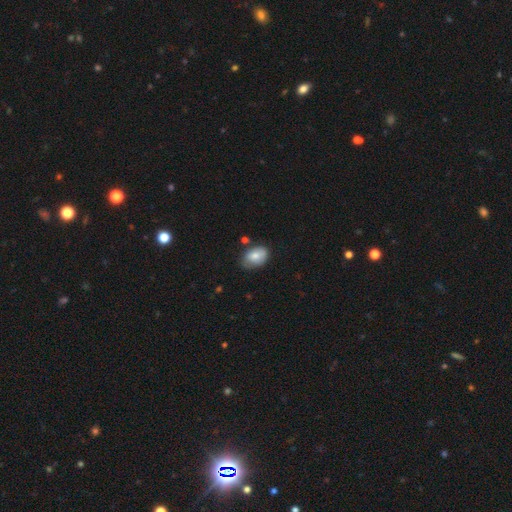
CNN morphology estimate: smooth_or_featured: smooth (p=0.76) [alt: featured or disk p=0.17]
how_rounded: in between (p=0.86) [alt: round p=0.13]
merging: none (p=0.61) [alt: minor disturbance p=0.29]